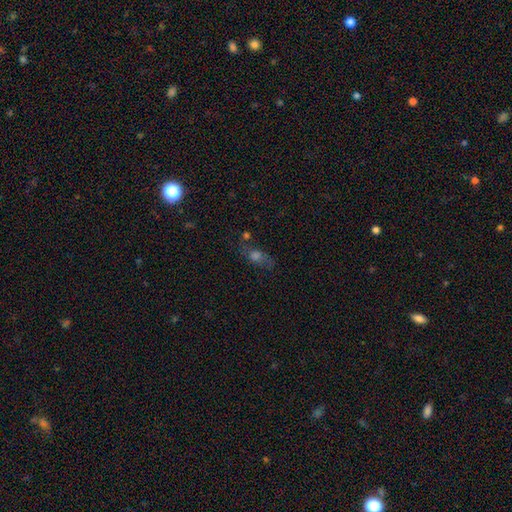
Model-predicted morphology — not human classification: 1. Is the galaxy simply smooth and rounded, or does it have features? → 46% smooth, 28% featured or disk, 26% star or artifact.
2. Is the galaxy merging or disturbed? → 62% none, 19% minor disturbance, 10% major disturbance, 8% merger.